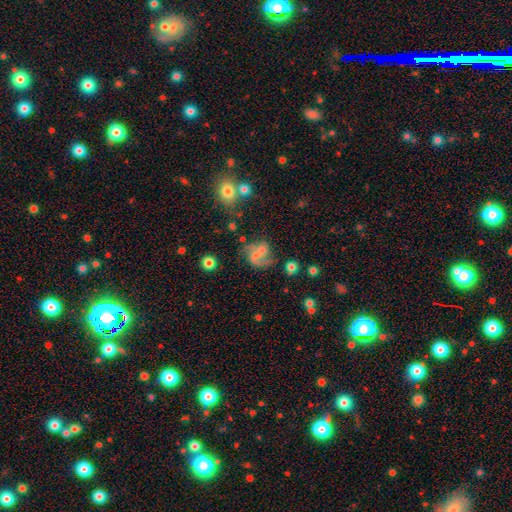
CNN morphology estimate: smooth_or_featured: featured or disk (p=0.75) [alt: smooth p=0.14]
disk_edge_on: no (p=0.98) [alt: yes p=0.02]
bar: weak (p=0.45) [alt: no p=0.36]
has_spiral_arms: yes (p=0.90) [alt: no p=0.10]
spiral_winding: loose (p=0.47) [alt: medium p=0.42]
spiral_arm_count: 2 (p=0.83) [alt: 1 p=0.07]
bulge_size: small (p=0.51) [alt: moderate p=0.25]
merging: none (p=0.49) [alt: minor disturbance p=0.18]